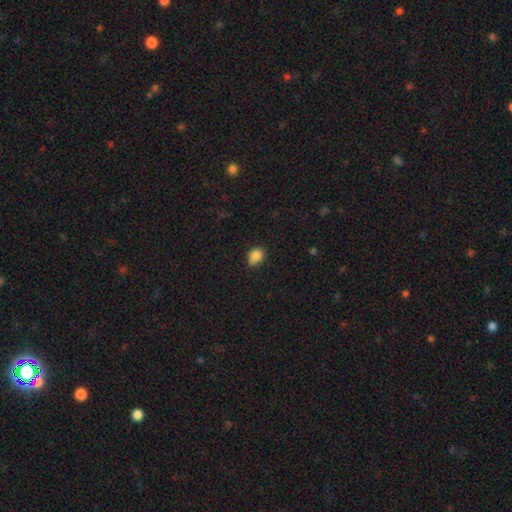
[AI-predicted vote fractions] A smooth galaxy with no disk features (85%) that is in between round and cigar-shaped (57%). Merging: none (70%).